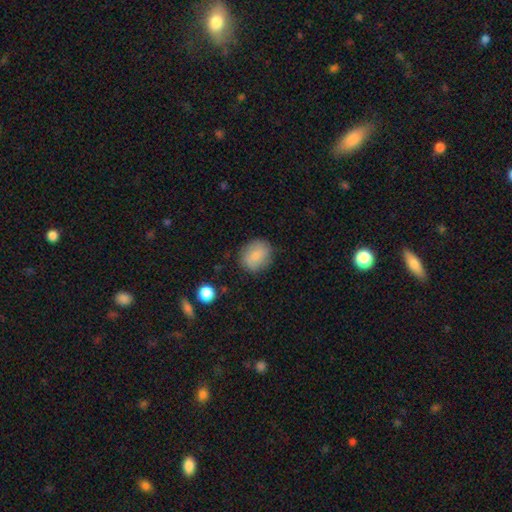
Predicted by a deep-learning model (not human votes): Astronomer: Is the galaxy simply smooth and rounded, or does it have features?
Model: smooth — 81%.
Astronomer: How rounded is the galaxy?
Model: round — 62%.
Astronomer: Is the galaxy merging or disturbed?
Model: none — 83%.